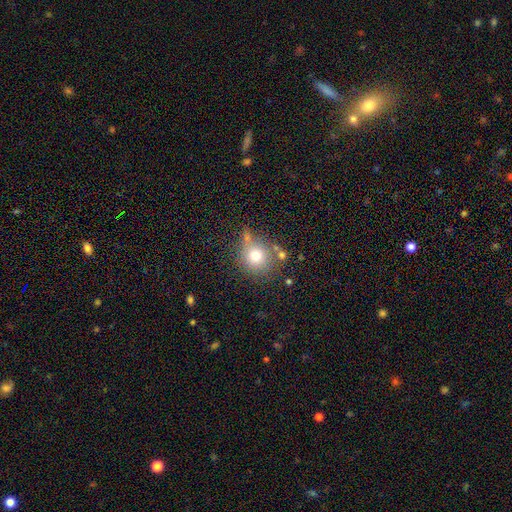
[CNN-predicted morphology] Smooth or featured?
  - smooth: 72% *
  - featured or disk: 15%
  - star or artifact: 13%
How rounded?
  - round: 87% *
  - in between: 12%
  - cigar-shaped: 1%
Merging?
  - none: 63% *
  - minor disturbance: 17%
  - merger: 13%
  - major disturbance: 7%